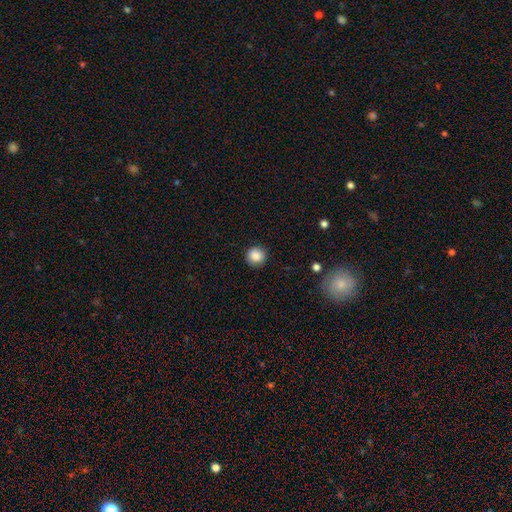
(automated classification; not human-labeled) Smooth or featured? Predicted: smooth (p=0.87). How rounded? Predicted: round (p=0.93). Merging? Predicted: none (p=0.91).